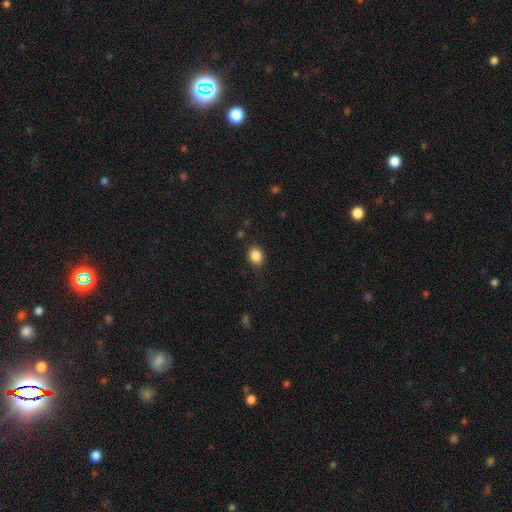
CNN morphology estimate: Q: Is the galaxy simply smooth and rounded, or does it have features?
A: smooth — 86%.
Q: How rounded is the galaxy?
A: round — 62%.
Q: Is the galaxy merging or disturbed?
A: none — 85%.